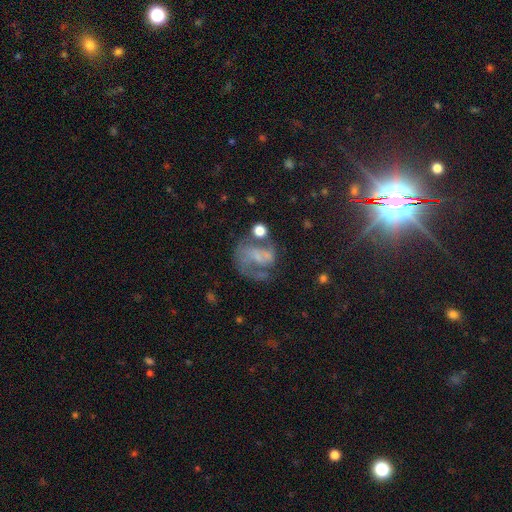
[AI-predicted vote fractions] Overall: featured or disk (55%; smooth 30%). Edge-on disk: no (98%). Bar: no (66%). Spiral arms: yes (64%; no 36%). Bulge size: none (46%; small 31%). Merging: major disturbance (38%; none 31%).